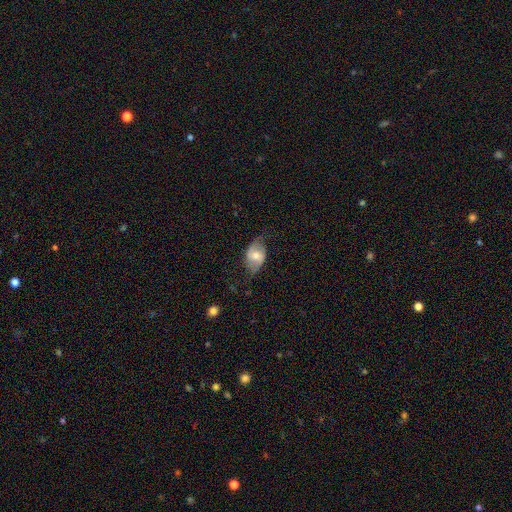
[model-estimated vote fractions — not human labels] Overall: featured or disk (61%; smooth 32%). Edge-on disk: no (94%). Bar: no (49%; weak 37%). Spiral arms: yes (80%). Bulge size: moderate (65%; small 27%). Merging: none (67%).